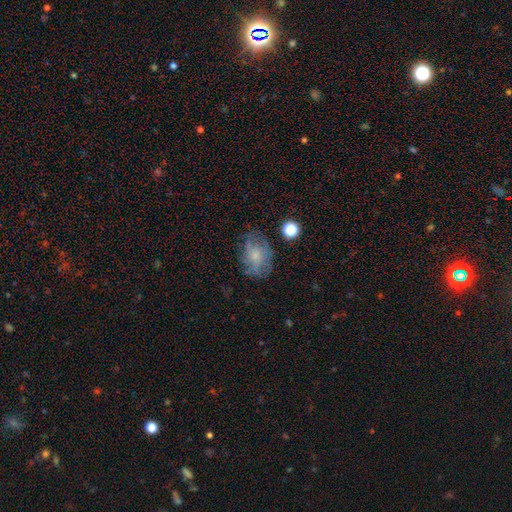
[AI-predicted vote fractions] Smooth or featured? Predicted: smooth (p=0.55). How rounded? Predicted: in between (p=0.65). Merging? Predicted: none (p=0.59).